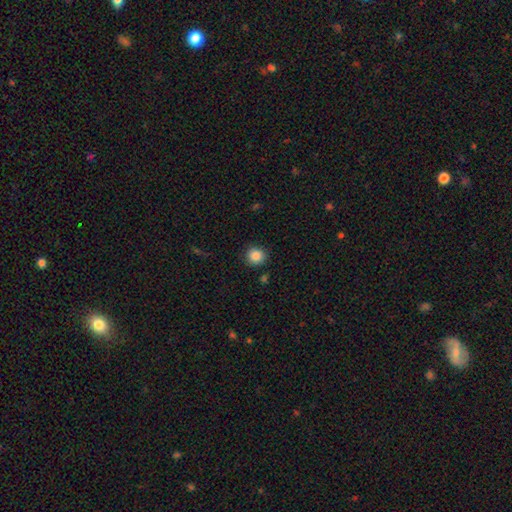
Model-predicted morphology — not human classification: A smooth galaxy with no disk features (87%) that is round (91%).

Vote fractions:
- Smooth or featured? smooth: 87% / star or artifact: 10% / featured or disk: 4%
- How rounded? round: 91% / in between: 8% / cigar-shaped: 1%
- Merging? none: 89% / minor disturbance: 7% / major disturbance: 2% / merger: 2%